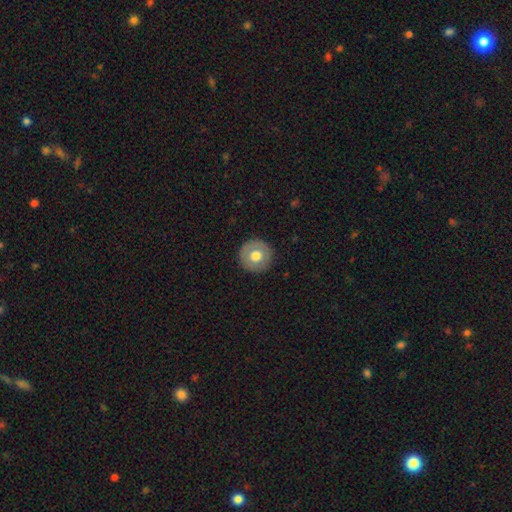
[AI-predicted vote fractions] The model was most divided on "smooth or featured": smooth: 66%, featured or disk: 26%, star or artifact: 7%. More confident: how rounded — round (96%); merging — none (90%).